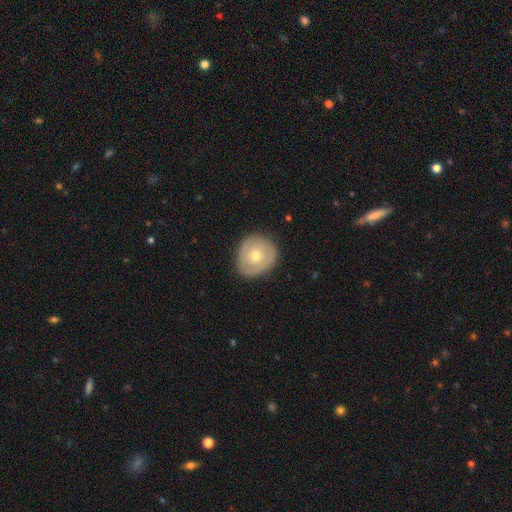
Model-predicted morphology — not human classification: Smooth or featured? smooth (56%)
How rounded? round (82%)
Merging? none (81%)